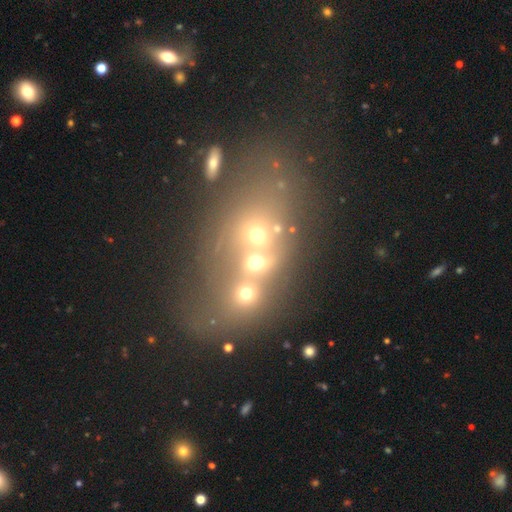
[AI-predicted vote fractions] smooth-or-featured: smooth: 37% | featured or disk: 32% | star or artifact: 31%
  merging: merger: 57% | none: 28% | minor disturbance: 8% | major disturbance: 7%